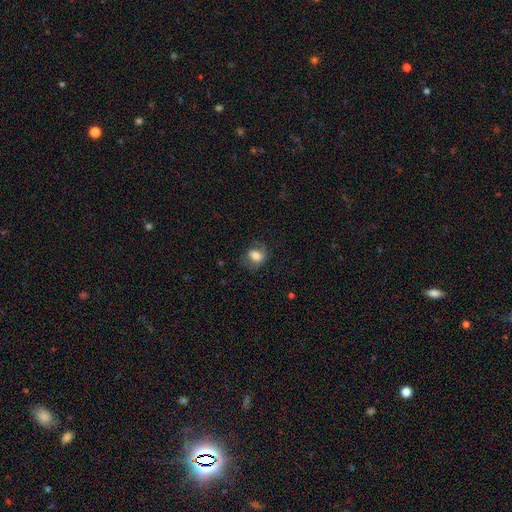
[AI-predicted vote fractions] This is likely a smooth galaxy (70%). How rounded: possibly in between (57%). Merging: possibly none (59%).